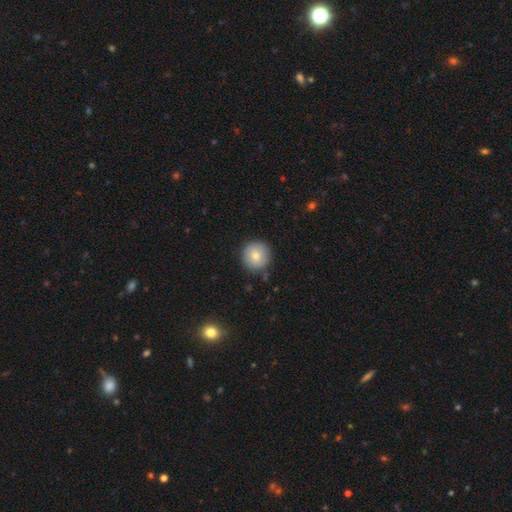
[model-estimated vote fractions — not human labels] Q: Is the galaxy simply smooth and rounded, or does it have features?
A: smooth — 77%.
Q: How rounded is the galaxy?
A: round — 95%.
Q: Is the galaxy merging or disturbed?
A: none — 88%.